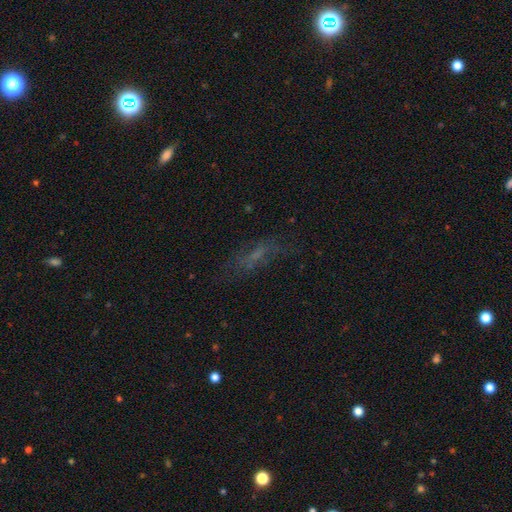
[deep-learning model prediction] smooth-or-featured: smooth: 40% | featured or disk: 36% | star or artifact: 24%
  merging: none: 58% | minor disturbance: 21% | major disturbance: 18% | merger: 3%